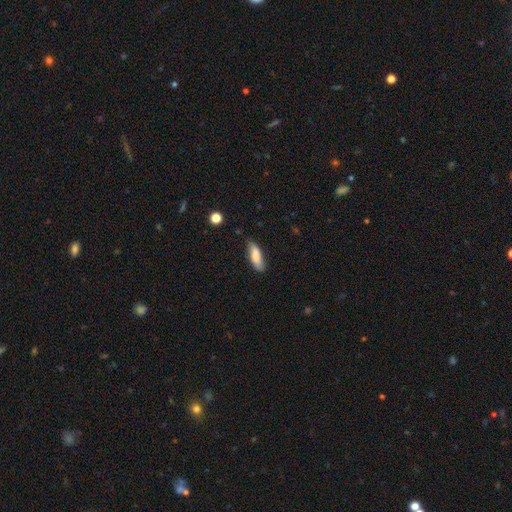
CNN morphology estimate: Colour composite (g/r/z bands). It shows a smooth galaxy with no disk features (78%) that is in between round and cigar-shaped (51%). Merging: none (73%).